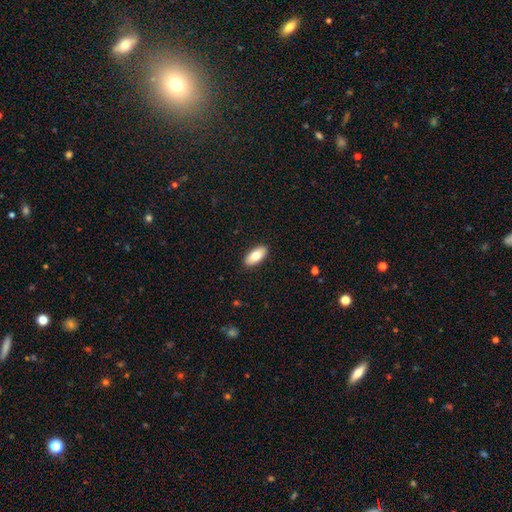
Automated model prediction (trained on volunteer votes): Smooth or featured? Predicted: smooth (p=0.78). How rounded? Predicted: in between (p=0.89). Merging? Predicted: none (p=0.90).